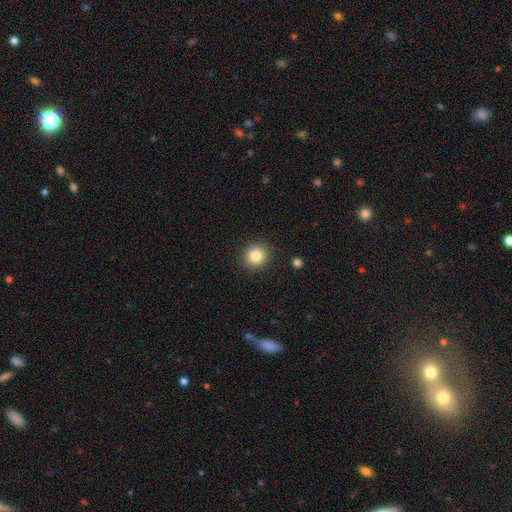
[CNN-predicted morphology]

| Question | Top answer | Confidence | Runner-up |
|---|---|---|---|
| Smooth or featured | smooth | 83% | star or artifact (11%) |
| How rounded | round | 87% | in between (12%) |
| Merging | none | 89% | minor disturbance (7%) |